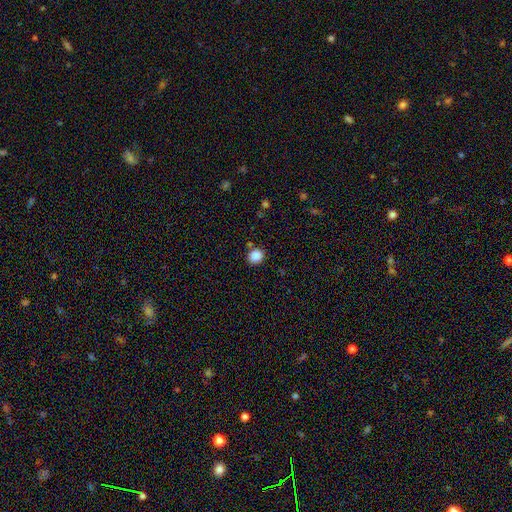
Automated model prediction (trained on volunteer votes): Overall: smooth (87%). How rounded: round (79%). Merging: none (84%).